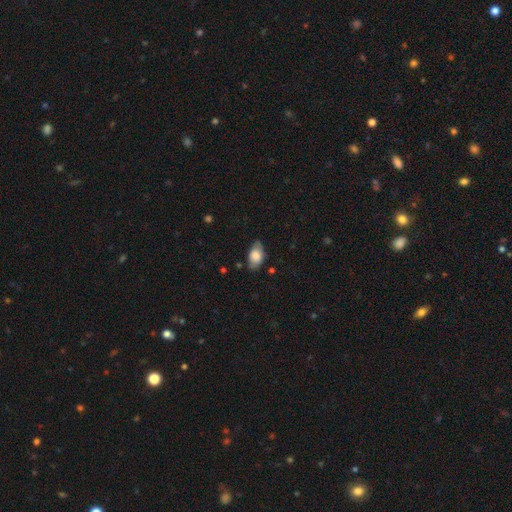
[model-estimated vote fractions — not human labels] A smooth galaxy with no disk features (78%) that is in between round and cigar-shaped (92%).

Vote fractions:
- Smooth or featured? smooth: 78% / featured or disk: 15% / star or artifact: 7%
- How rounded? in between: 92% / round: 6% / cigar-shaped: 2%
- Merging? none: 72% / minor disturbance: 22% / major disturbance: 5% / merger: 1%